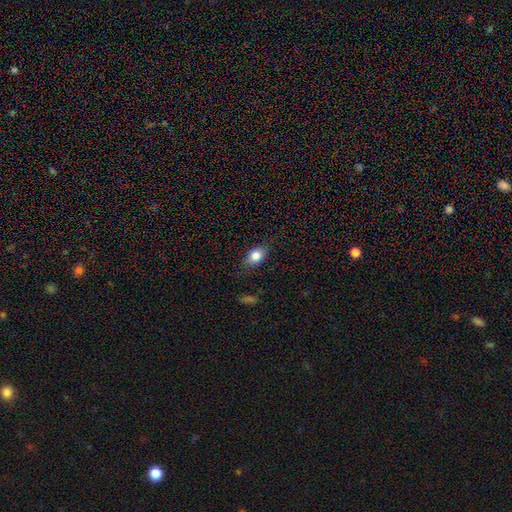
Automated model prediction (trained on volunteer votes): Smooth or featured? smooth (80%)
How rounded? in between (74%)
Merging? none (78%)